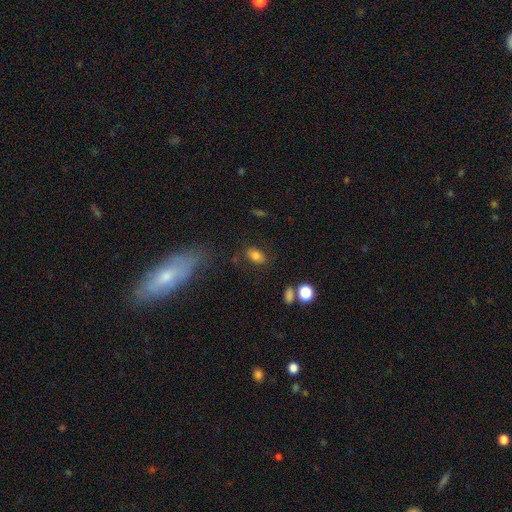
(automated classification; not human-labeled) Overall: smooth (78%). How rounded: in between (84%). Merging: none (73%).